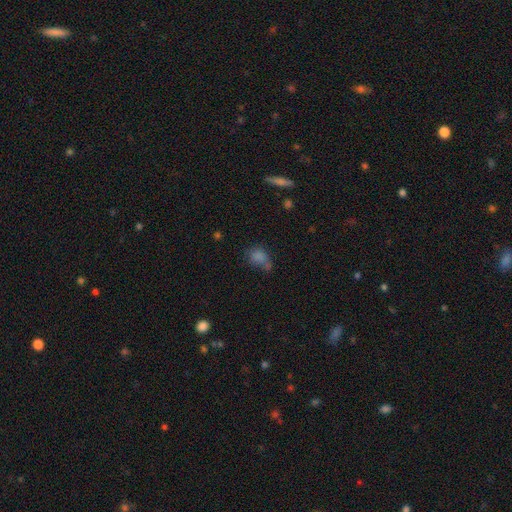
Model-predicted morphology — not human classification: Overall: smooth (68%). How rounded: in between (51%; round 45%). Merging: none (51%; minor disturbance 23%).